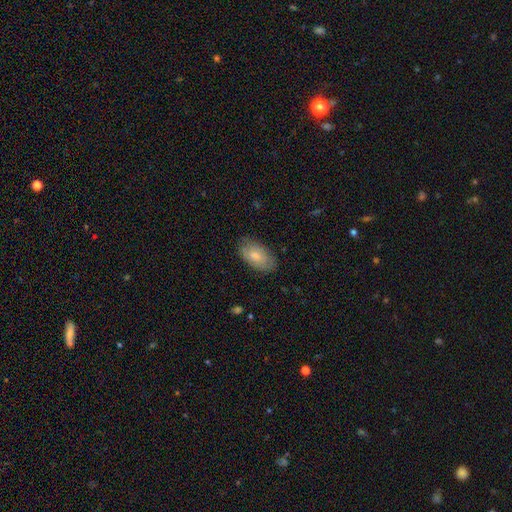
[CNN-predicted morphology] type=smooth (75%); roundness=in between (94%); merging=none (78%).